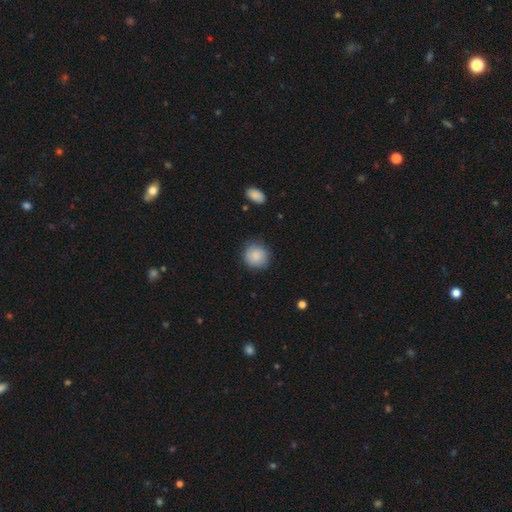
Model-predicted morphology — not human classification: Smooth or featured?
  - smooth: 84% *
  - featured or disk: 9%
  - star or artifact: 7%
How rounded?
  - round: 88% *
  - in between: 11%
  - cigar-shaped: 1%
Merging?
  - none: 82% *
  - minor disturbance: 13%
  - major disturbance: 3%
  - merger: 1%